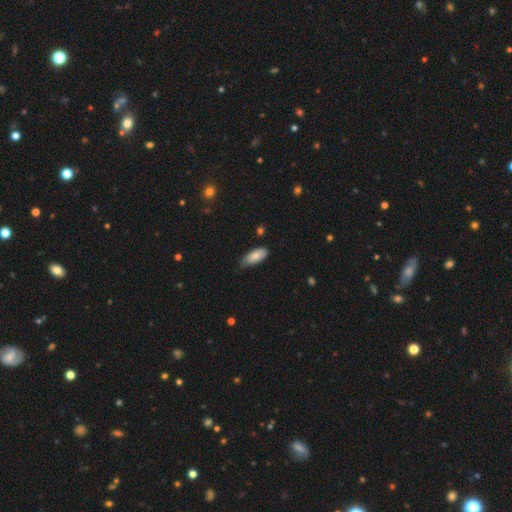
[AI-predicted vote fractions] Overall: smooth (83%). How rounded: in between (84%). Merging: none (57%; minor disturbance 36%).